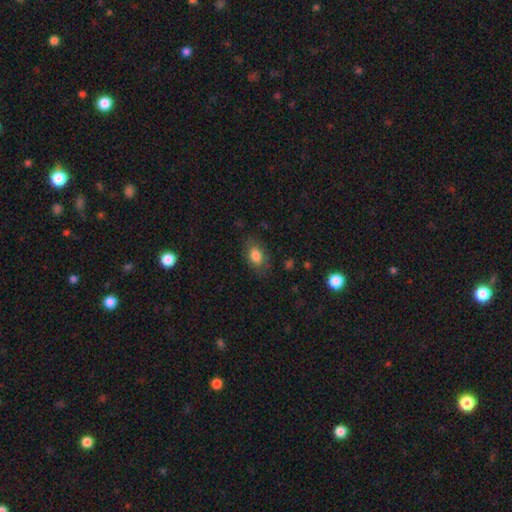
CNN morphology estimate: The model was most divided on "merging": none: 76%, minor disturbance: 16%, major disturbance: 6%, merger: 1%. More confident: how rounded — in between (88%); smooth or featured — smooth (78%).